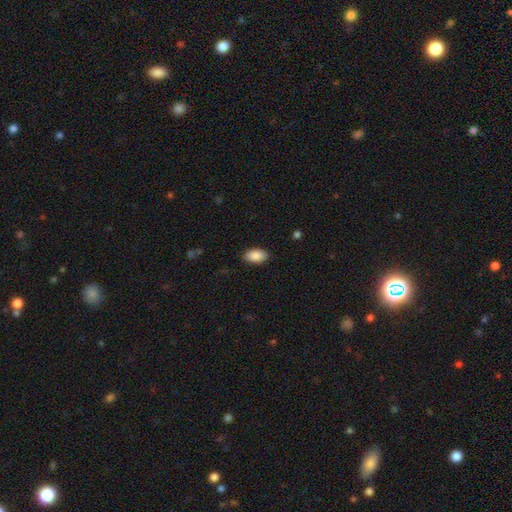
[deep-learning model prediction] This appears to be a smooth galaxy with no disk features (89%) that is in between round and cigar-shaped (93%). Merging: none (89%).